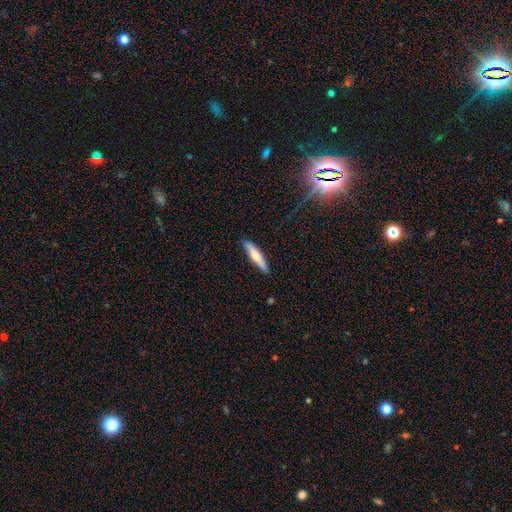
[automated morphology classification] Smooth or featured? Predicted: smooth (p=0.58). How rounded? Predicted: cigar-shaped (p=0.84). Merging? Predicted: none (p=0.89).